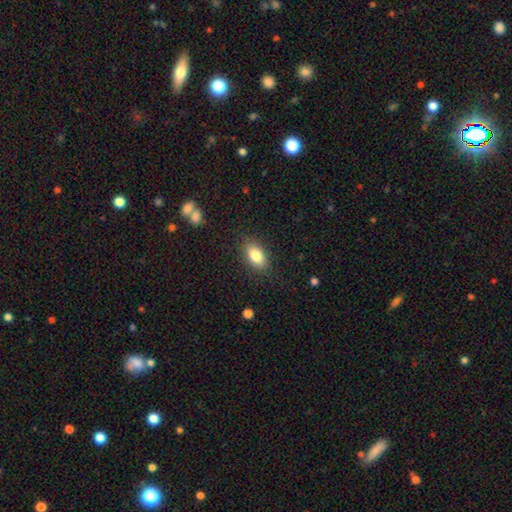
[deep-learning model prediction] smooth_or_featured: smooth (p=0.83) [alt: featured or disk p=0.09]
how_rounded: in between (p=0.88) [alt: round p=0.06]
merging: none (p=0.86) [alt: minor disturbance p=0.10]